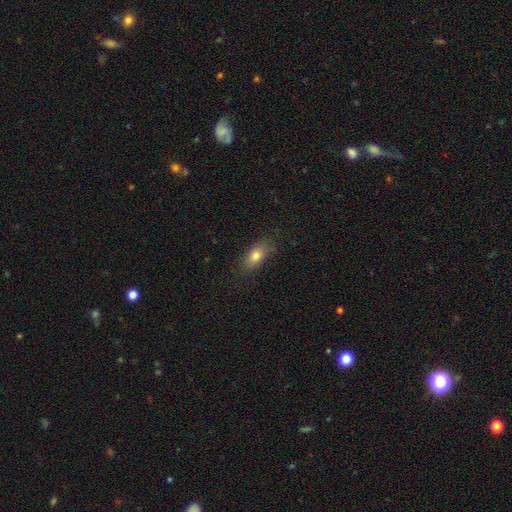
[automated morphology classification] smooth 78%, featured or disk 12%, star or artifact 9%. Down the decision tree: how rounded — in between (83%); merging — none (82%).